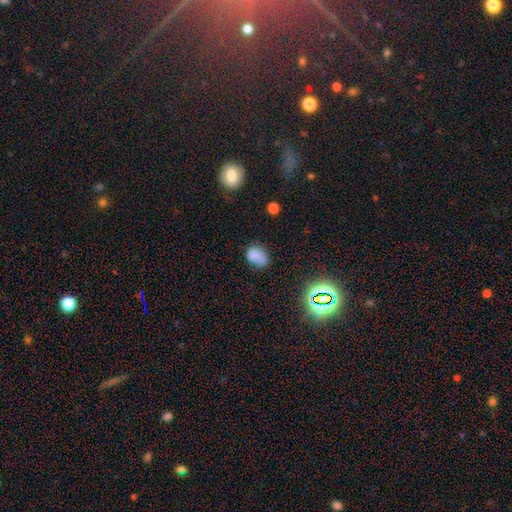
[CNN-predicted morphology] type=smooth (74%); roundness=in between (67%); merging=none (52%).